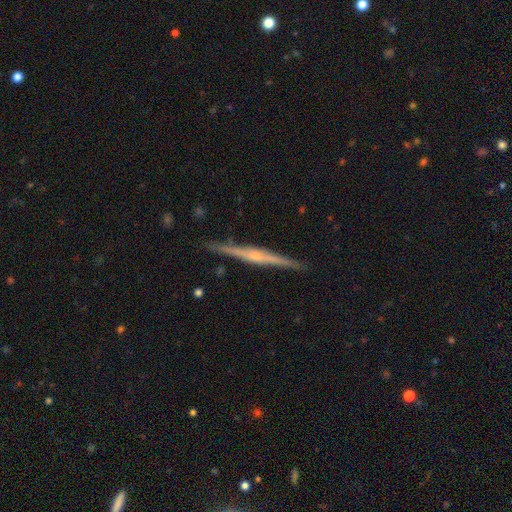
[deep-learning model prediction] Overall: featured or disk (82%). Edge-on disk: yes (98%). Edge-on bulge: rounded (70%). Merging: none (90%).